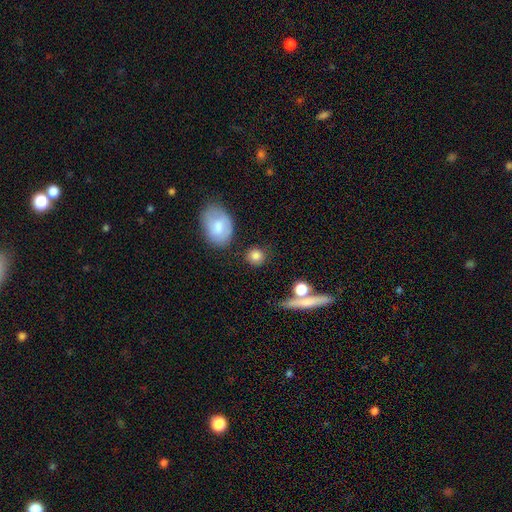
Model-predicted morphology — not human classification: This appears to be a smooth galaxy with no disk features (84%) that is round (81%). Merging: none (78%).